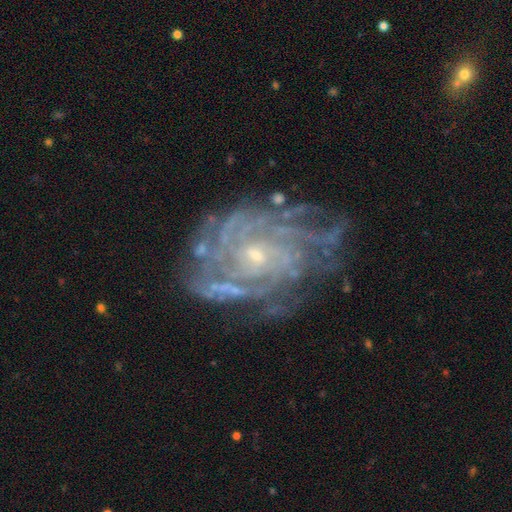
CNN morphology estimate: featured or disk 87%, star or artifact 8%, smooth 5%. Down the decision tree: edge-on disk — no (97%); bar — no (70%); spiral arms — yes (96%); spiral arm count — can't tell (30%); spiral winding — tight (70%); bulge size — small (75%); merging — none (67%).